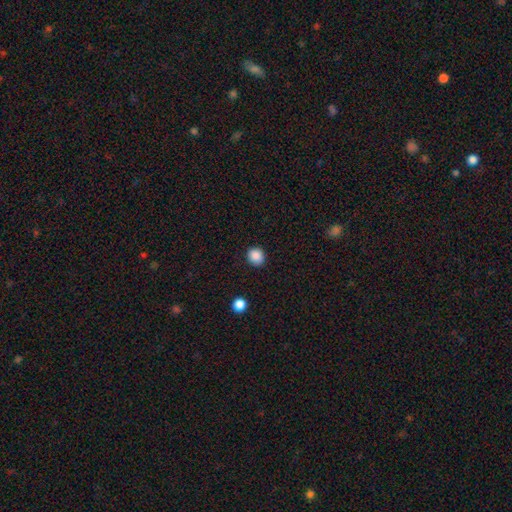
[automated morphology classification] This is clearly a smooth galaxy (88%). How rounded: likely round (78%). Merging: clearly none (88%).